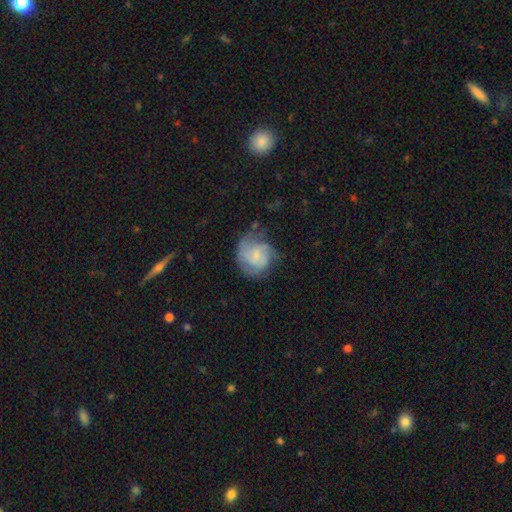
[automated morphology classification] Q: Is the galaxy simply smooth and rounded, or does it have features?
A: featured or disk — 55%.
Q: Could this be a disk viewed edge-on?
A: no — 98%.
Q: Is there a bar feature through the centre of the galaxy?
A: no — 59%.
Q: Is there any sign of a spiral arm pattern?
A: yes — 82%.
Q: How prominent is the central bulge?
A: small — 54%.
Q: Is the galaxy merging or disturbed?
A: none — 48%.